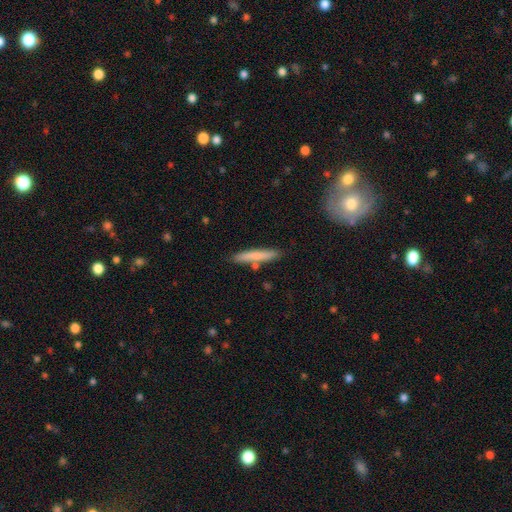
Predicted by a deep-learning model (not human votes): smooth_or_featured: smooth (p=0.73) [alt: featured or disk p=0.21]
how_rounded: cigar-shaped (p=0.94) [alt: in between p=0.05]
merging: none (p=0.83) [alt: minor disturbance p=0.10]